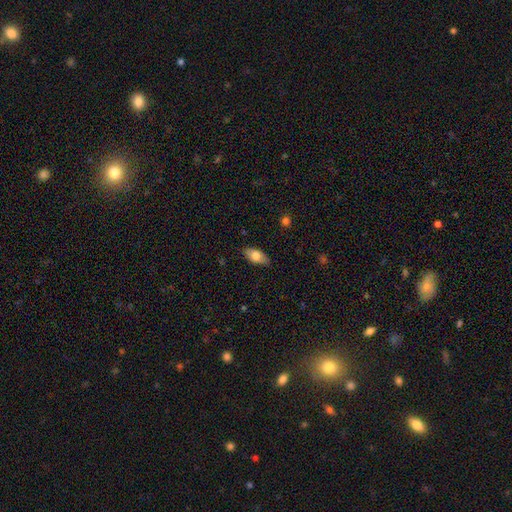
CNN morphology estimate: Smooth or featured?
  - smooth: 71% *
  - featured or disk: 22%
  - star or artifact: 7%
How rounded?
  - in between: 88% *
  - cigar-shaped: 9%
  - round: 3%
Merging?
  - none: 81% *
  - minor disturbance: 15%
  - major disturbance: 3%
  - merger: 1%